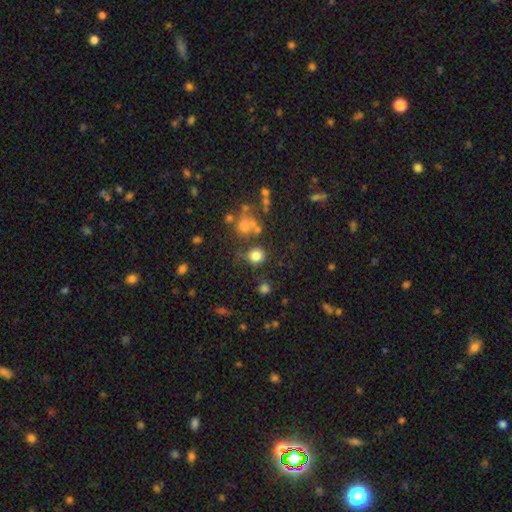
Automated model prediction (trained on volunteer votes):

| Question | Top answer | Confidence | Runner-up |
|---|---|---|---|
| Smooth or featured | smooth | 78% | star or artifact (14%) |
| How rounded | round | 86% | in between (13%) |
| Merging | none | 72% | minor disturbance (12%) |